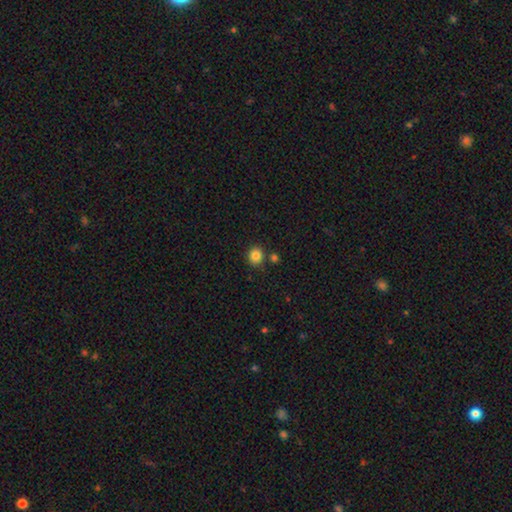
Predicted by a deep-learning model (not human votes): This is clearly a smooth galaxy (84%). How rounded: clearly round (84%). Merging: clearly none (81%).